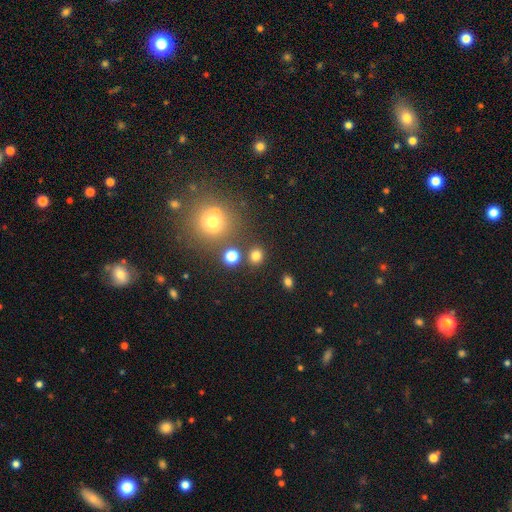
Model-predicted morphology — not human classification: Smooth or featured? Predicted: smooth (p=0.77). How rounded? Predicted: round (p=0.83). Merging? Predicted: none (p=0.81).